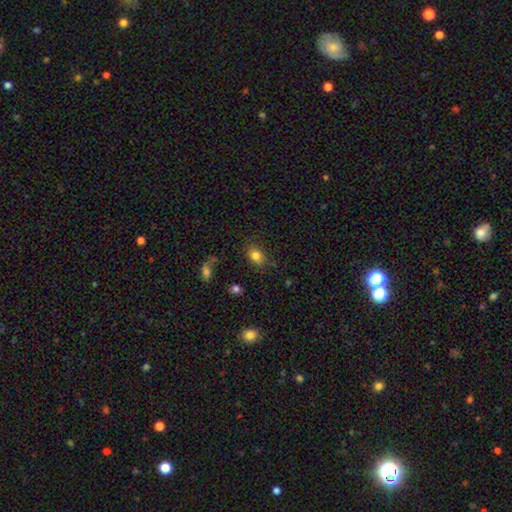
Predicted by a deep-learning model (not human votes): Smooth or featured? Predicted: smooth (p=0.81). How rounded? Predicted: in between (p=0.69). Merging? Predicted: none (p=0.80).